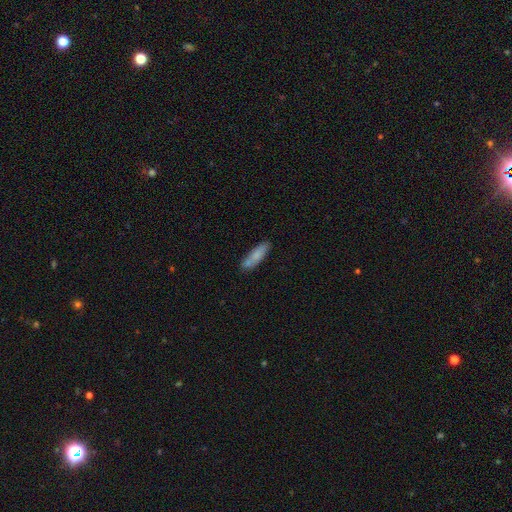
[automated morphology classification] Smooth or featured? smooth (79%)
How rounded? cigar-shaped (59%)
Merging? none (71%)